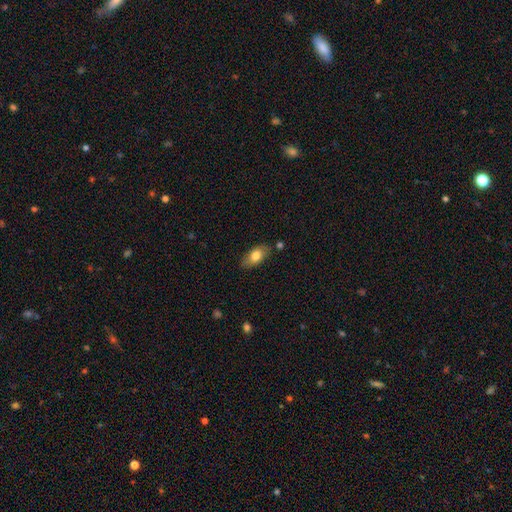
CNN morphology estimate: Q: Smooth or featured?
A: smooth (77%); runner-up: featured or disk (16%)
Q: How rounded?
A: in between (90%); runner-up: cigar-shaped (6%)
Q: Merging?
A: none (80%); runner-up: minor disturbance (14%)